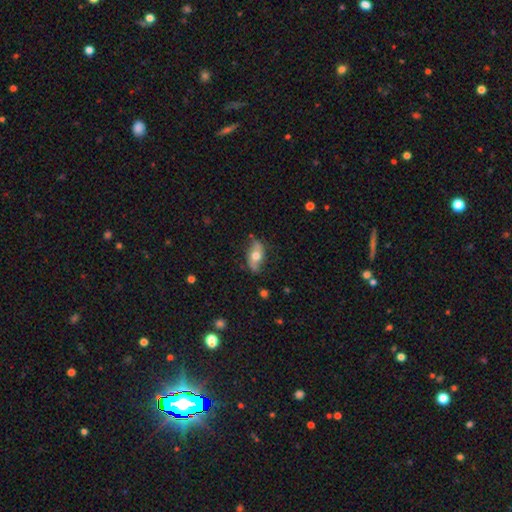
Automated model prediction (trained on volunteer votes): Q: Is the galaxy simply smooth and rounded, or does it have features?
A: featured or disk — 49%.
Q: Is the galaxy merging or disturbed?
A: none — 74%.